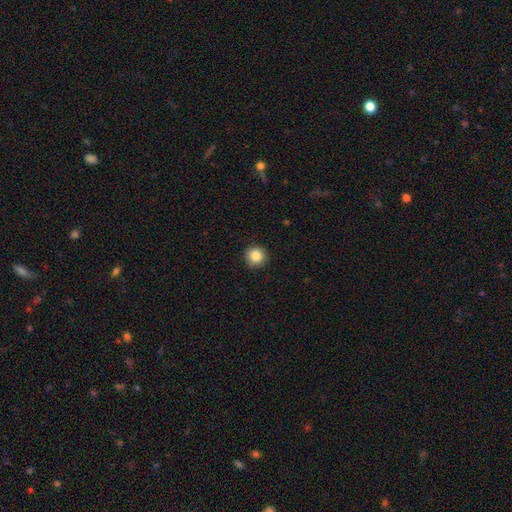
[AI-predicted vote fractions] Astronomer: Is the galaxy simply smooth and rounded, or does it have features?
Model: smooth — 86%.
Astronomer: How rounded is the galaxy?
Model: round — 95%.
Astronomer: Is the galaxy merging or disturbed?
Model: none — 91%.